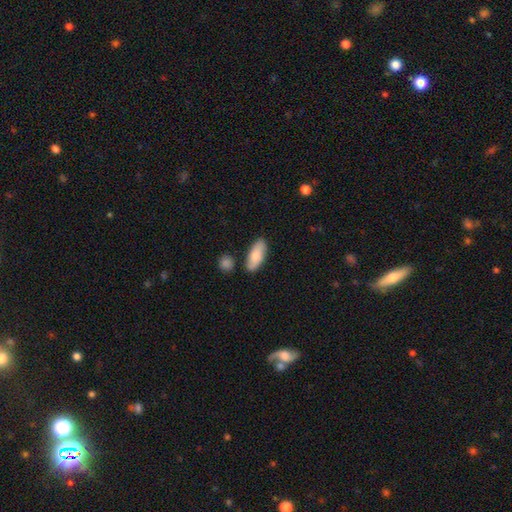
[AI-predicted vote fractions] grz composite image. It shows a smooth galaxy with no disk features (80%) that is in between round and cigar-shaped (82%). Merging: none (80%).